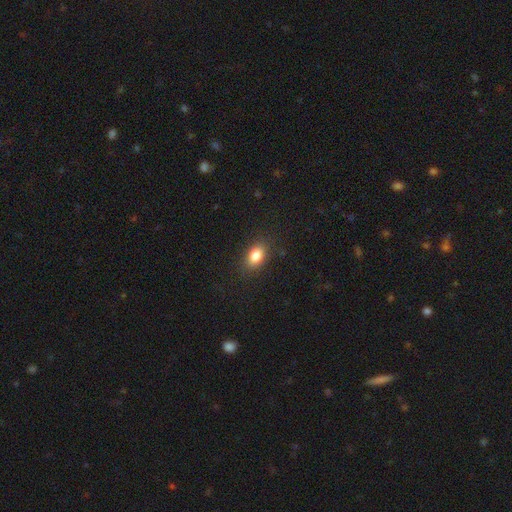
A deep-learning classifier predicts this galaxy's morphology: A smooth galaxy with no disk features (85%) that is in between round and cigar-shaped (87%). Merging: none (86%).